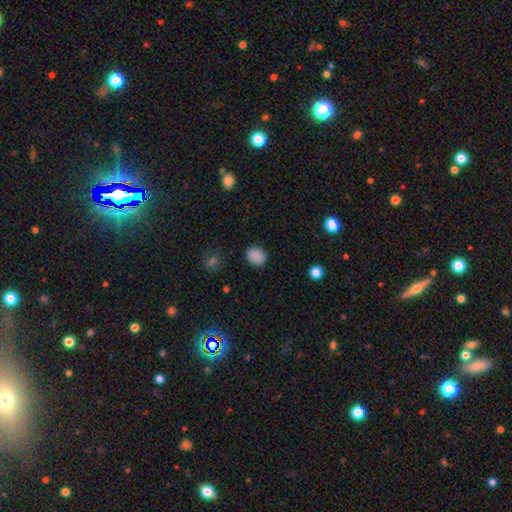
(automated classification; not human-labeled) Q: Smooth or featured?
A: smooth (86%); runner-up: star or artifact (11%)
Q: How rounded?
A: in between (50%); runner-up: round (49%)
Q: Merging?
A: none (86%); runner-up: minor disturbance (10%)